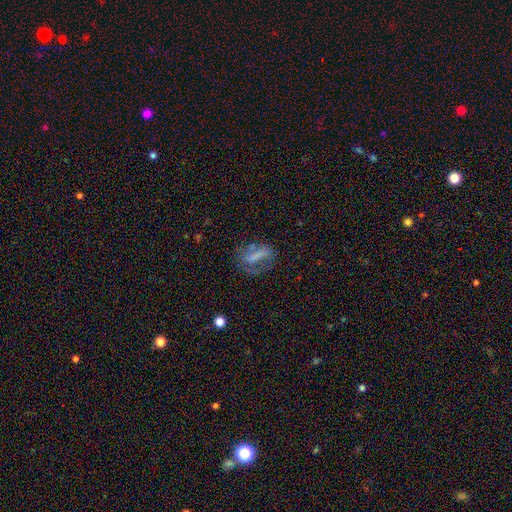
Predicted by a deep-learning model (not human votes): The model was most divided on "smooth or featured": smooth: 47%, featured or disk: 39%, star or artifact: 13%. Remaining: merging — none (44%).